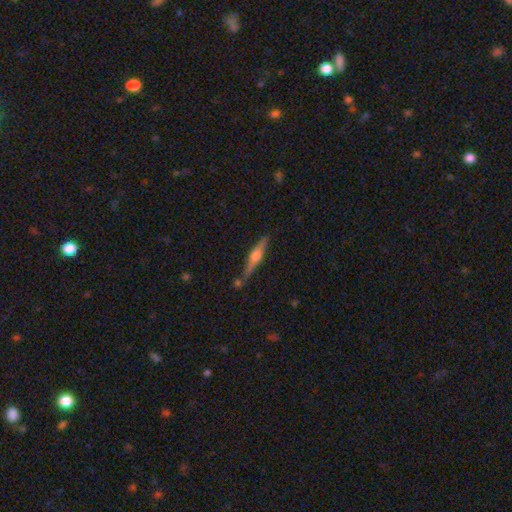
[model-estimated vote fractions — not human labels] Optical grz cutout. It shows a featured or disk galaxy (64%) viewed edge-on (96%) with a rounded central bulge (88%). Merging: none (74%).